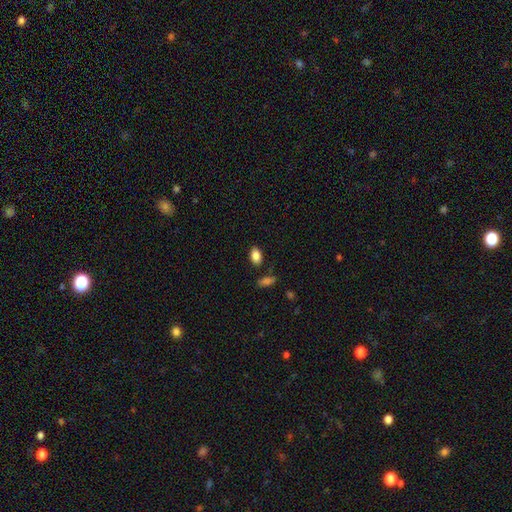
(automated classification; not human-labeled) smooth-or-featured: smooth: 86% | star or artifact: 8% | featured or disk: 6%
  how-rounded: in between: 89% | round: 9% | cigar-shaped: 2%
  merging: none: 83% | minor disturbance: 11% | merger: 4% | major disturbance: 3%